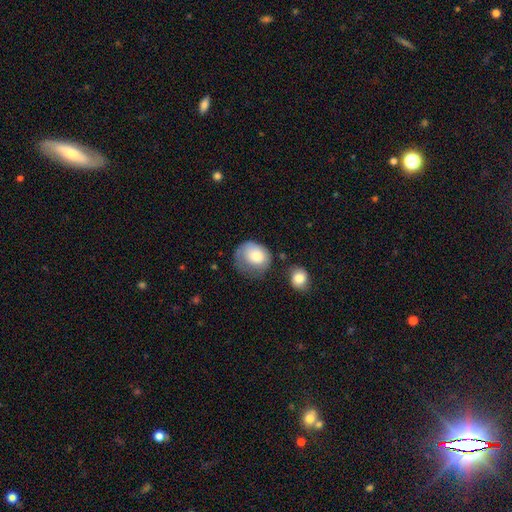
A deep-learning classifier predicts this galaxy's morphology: This appears to be a smooth galaxy with no disk features (75%) that is round (66%). Merging: minor disturbance (32%, tied with none).